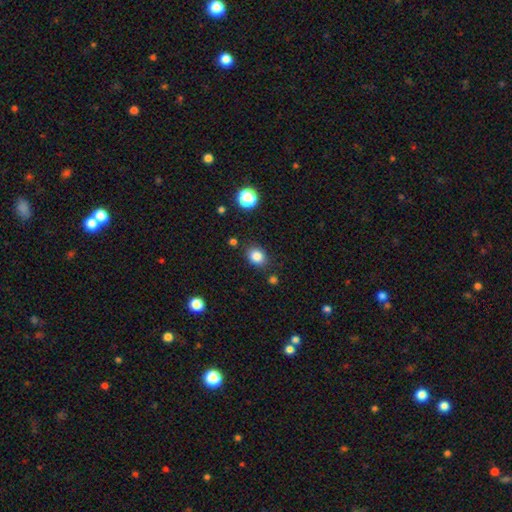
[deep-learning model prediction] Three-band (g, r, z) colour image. It shows a smooth galaxy with no disk features (84%) that is in between round and cigar-shaped (50%). Merging: none (83%).